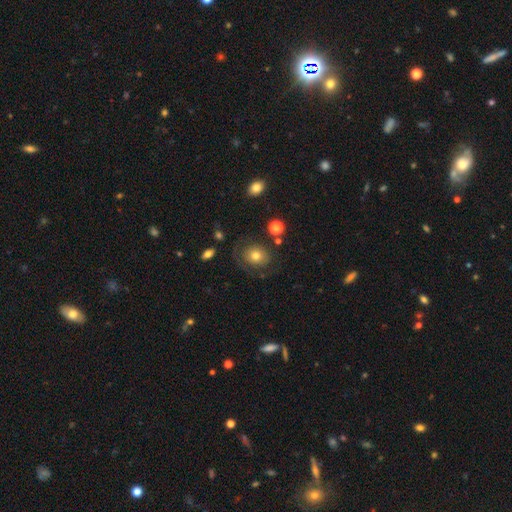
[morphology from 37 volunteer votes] type=smooth (65%); roundness=in between (62%); merging=none (80%).